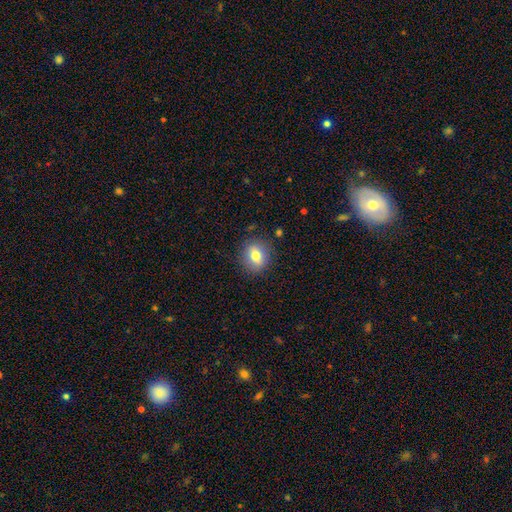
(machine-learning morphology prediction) Overall: smooth (74%). How rounded: round (64%; in between 34%). Merging: none (86%).